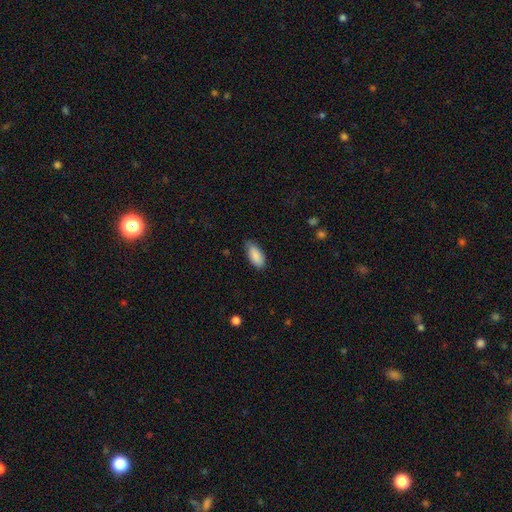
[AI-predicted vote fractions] The model was most divided on "merging": none: 73%, minor disturbance: 23%, major disturbance: 3%, merger: 1%. More confident: how rounded — in between (89%); smooth or featured — smooth (89%).